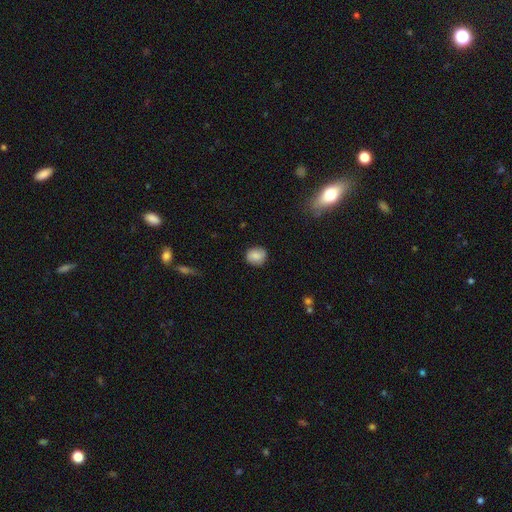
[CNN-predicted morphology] This appears to be a smooth galaxy with no disk features (84%) that is round (76%). Merging: none (85%).